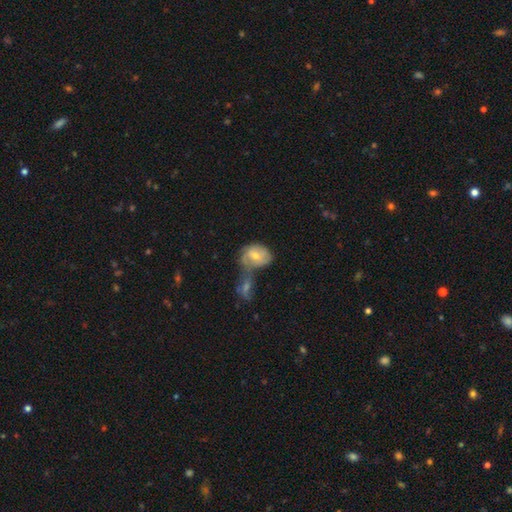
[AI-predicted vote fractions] This appears to be a smooth galaxy with no disk features (55%) that is in between round and cigar-shaped (62%). Merging: merger (57%).